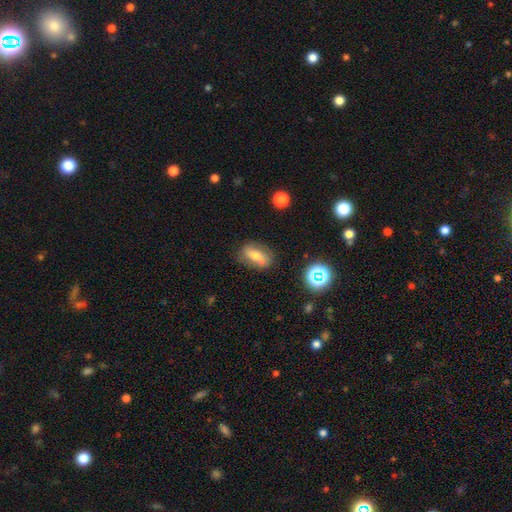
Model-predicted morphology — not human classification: Smooth or featured? smooth (54%)
How rounded? in between (78%)
Merging? none (74%)